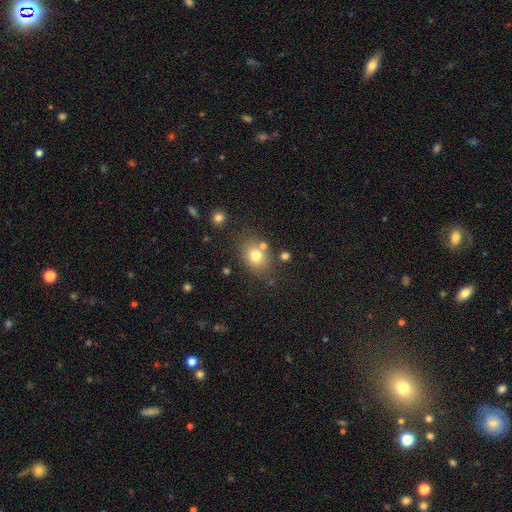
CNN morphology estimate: Overall: smooth (75%). How rounded: in between (58%; round 41%). Merging: none (73%).